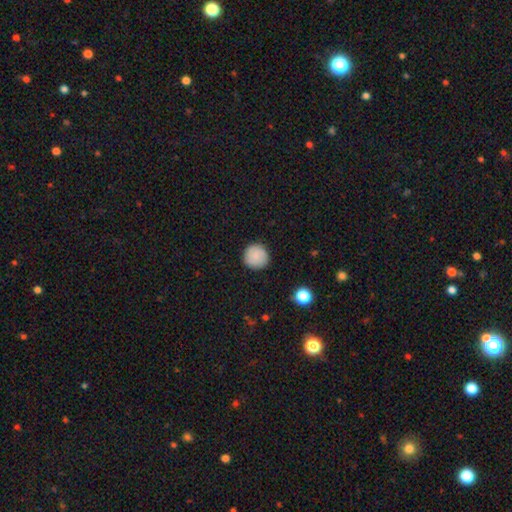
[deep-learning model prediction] smooth-or-featured: smooth: 85% | star or artifact: 8% | featured or disk: 7%
  how-rounded: round: 94% | in between: 5% | cigar-shaped: 1%
  merging: none: 89% | minor disturbance: 8% | major disturbance: 2% | merger: 1%